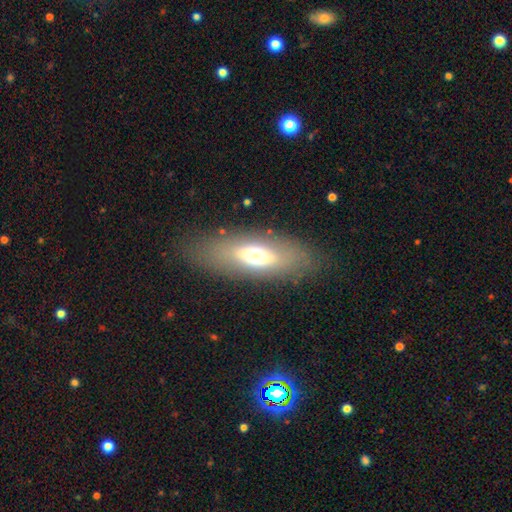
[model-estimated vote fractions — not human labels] Q: Smooth or featured?
A: smooth (58%); runner-up: featured or disk (33%)
Q: How rounded?
A: in between (73%); runner-up: cigar-shaped (22%)
Q: Merging?
A: none (81%); runner-up: minor disturbance (11%)